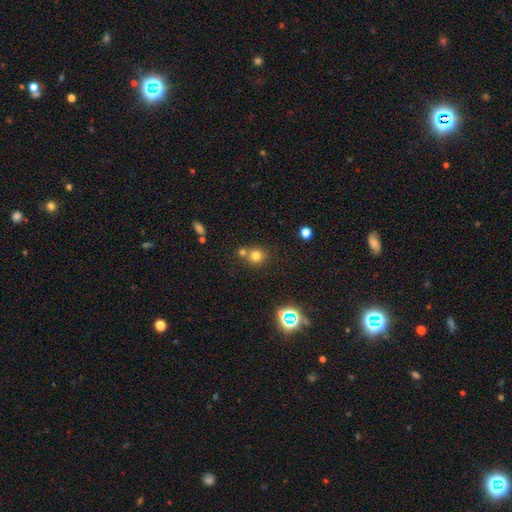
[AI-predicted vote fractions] smooth 74%, star or artifact 17%, featured or disk 8%. Down the decision tree: how rounded — round (86%); merging — none (57%).